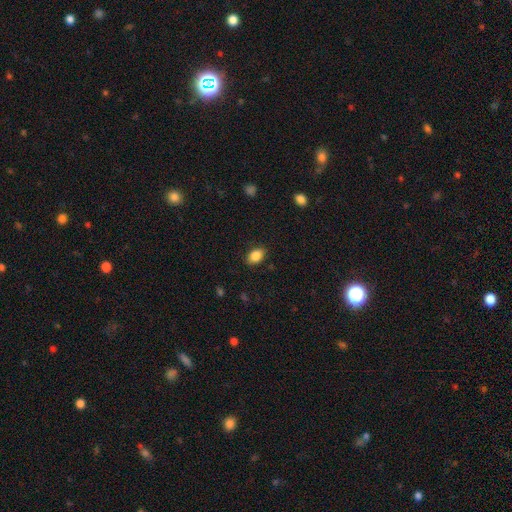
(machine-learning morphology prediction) Smooth or featured? Predicted: smooth (p=0.87). How rounded? Predicted: in between (p=0.84). Merging? Predicted: none (p=0.87).